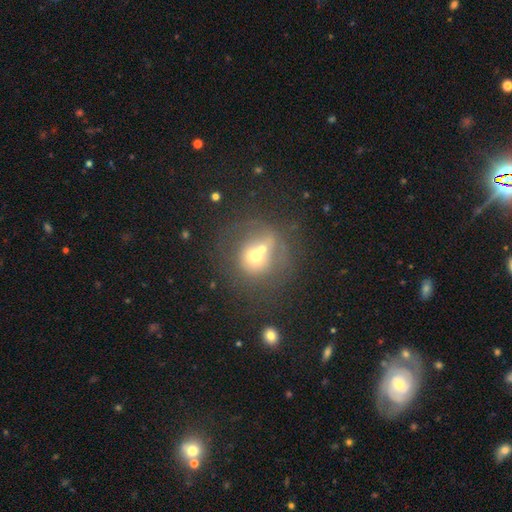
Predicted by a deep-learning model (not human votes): This appears to be a smooth galaxy with no disk features (52%) that is round (84%). Merging: merger (49%).